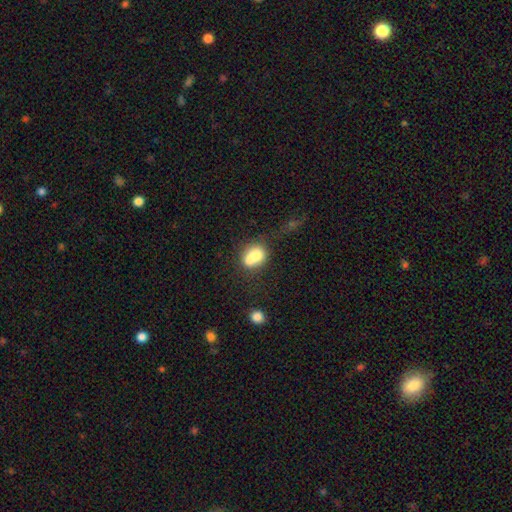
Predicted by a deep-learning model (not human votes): Overall: smooth (70%). How rounded: in between (55%; round 43%). Merging: merger (45%; none 31%).